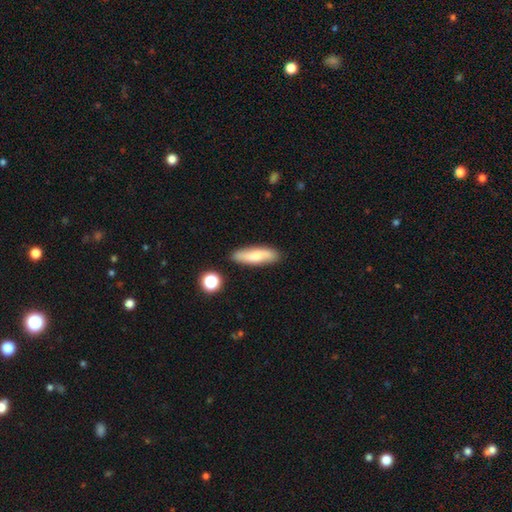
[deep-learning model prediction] smooth-or-featured: smooth: 67% | featured or disk: 26% | star or artifact: 7%
  how-rounded: cigar-shaped: 58% | in between: 40% | round: 3%
  merging: none: 83% | minor disturbance: 12% | merger: 3% | major disturbance: 2%